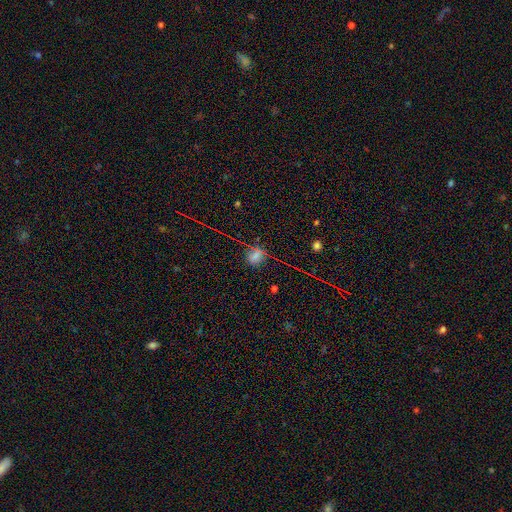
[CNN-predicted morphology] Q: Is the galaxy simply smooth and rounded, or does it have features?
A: smooth — 49%.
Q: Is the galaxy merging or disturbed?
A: none — 70%.